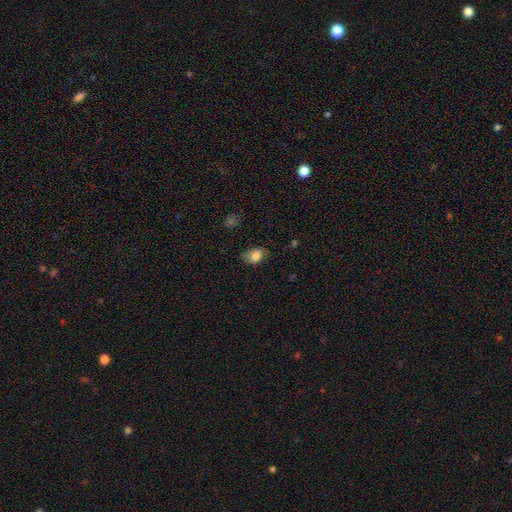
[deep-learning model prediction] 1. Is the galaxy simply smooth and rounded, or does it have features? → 82% smooth, 10% star or artifact, 8% featured or disk.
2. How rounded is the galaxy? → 70% in between, 29% round, 1% cigar-shaped.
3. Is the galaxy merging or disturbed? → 52% none, 34% minor disturbance, 12% major disturbance, 2% merger.